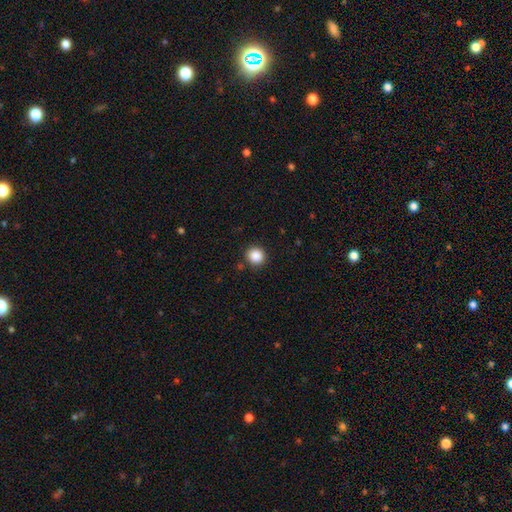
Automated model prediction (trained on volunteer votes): The model was most divided on "smooth or featured": smooth: 87%, star or artifact: 10%, featured or disk: 3%. More confident: how rounded — round (93%); merging — none (89%).